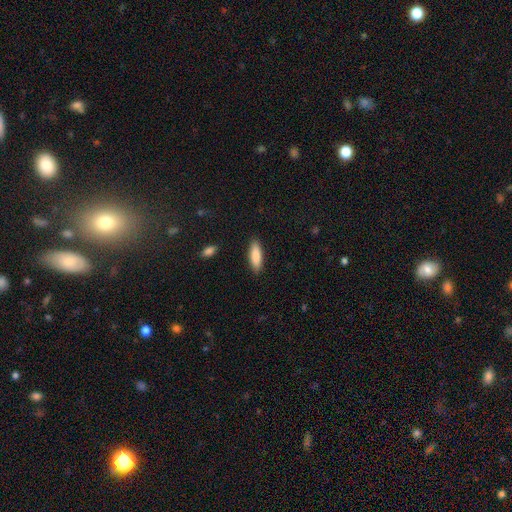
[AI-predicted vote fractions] A smooth galaxy with no disk features (86%) that is in between round and cigar-shaped (51%). Merging: none (89%).